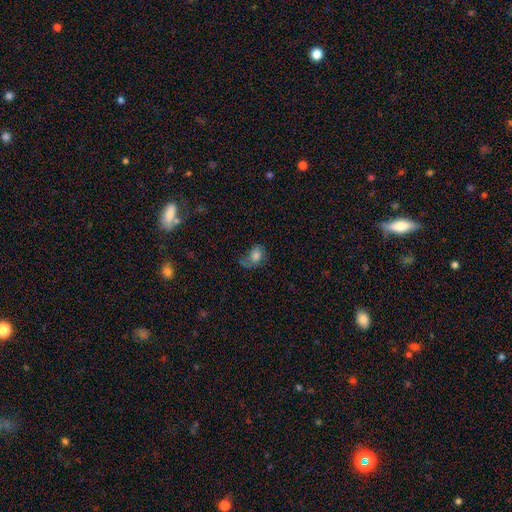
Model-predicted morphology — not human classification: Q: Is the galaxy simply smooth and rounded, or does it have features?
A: smooth — 68%.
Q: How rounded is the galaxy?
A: in between — 69%.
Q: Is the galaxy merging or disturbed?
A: major disturbance — 36%.